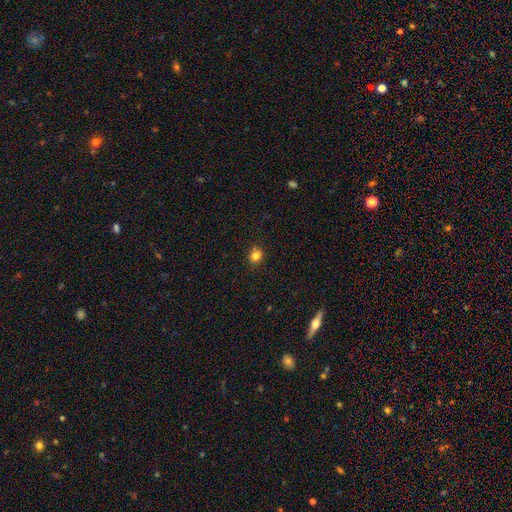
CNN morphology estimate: Smooth or featured?
  - smooth: 81% *
  - star or artifact: 14%
  - featured or disk: 5%
How rounded?
  - round: 85% *
  - in between: 14%
  - cigar-shaped: 1%
Merging?
  - none: 80% *
  - minor disturbance: 11%
  - merger: 6%
  - major disturbance: 3%